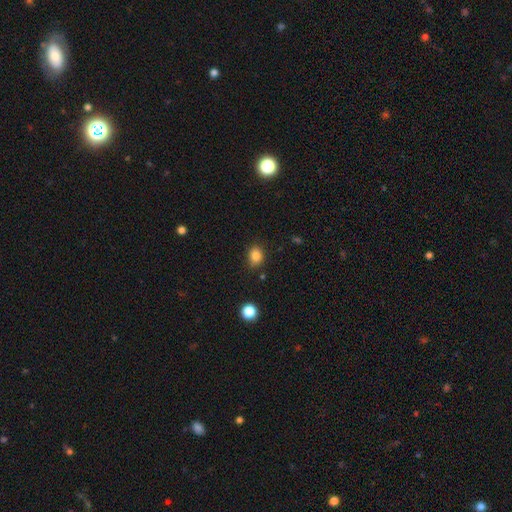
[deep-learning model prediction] smooth 83%, star or artifact 12%, featured or disk 5%. Down the decision tree: how rounded — round (52%); merging — none (80%).